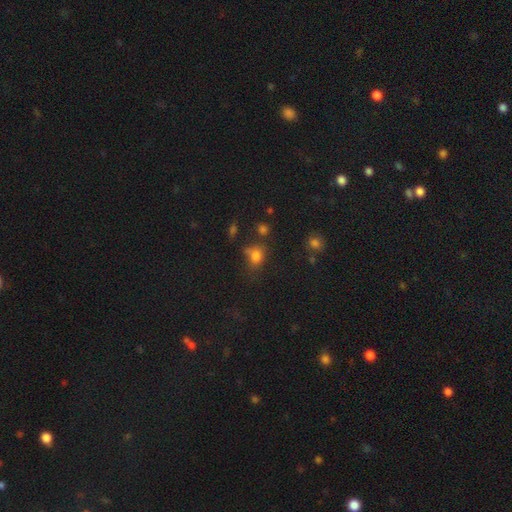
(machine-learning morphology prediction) The model was most divided on "how rounded": round: 56%, in between: 43%, cigar-shaped: 1%. More confident: smooth or featured — smooth (76%); merging — none (53%).